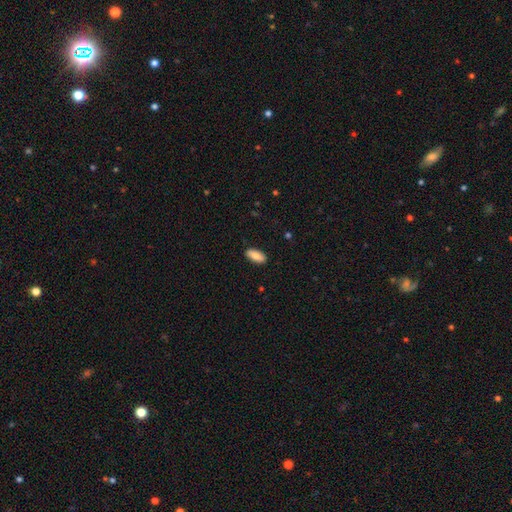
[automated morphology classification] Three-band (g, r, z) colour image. It shows a smooth galaxy with no disk features (86%) that is in between round and cigar-shaped (86%). Merging: none (89%).